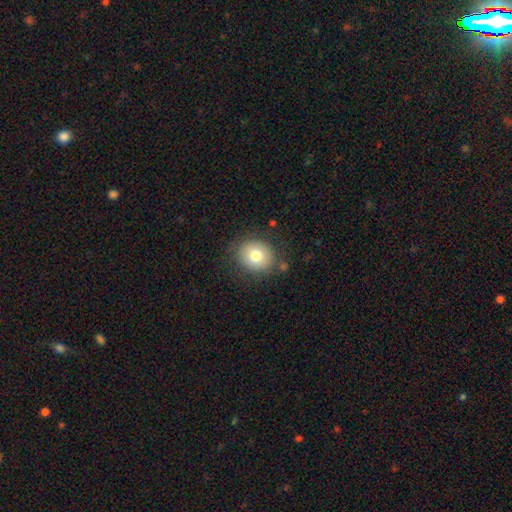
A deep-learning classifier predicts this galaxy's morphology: A smooth galaxy with no disk features (77%) that is round (79%). Merging: none (81%).